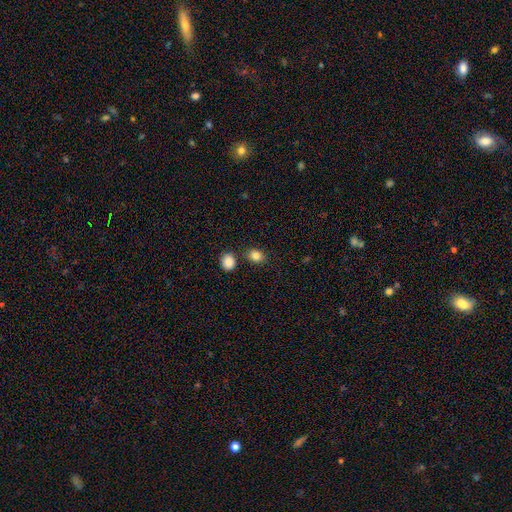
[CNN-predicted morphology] type=smooth (85%); roundness=in between (57%); merging=none (76%).